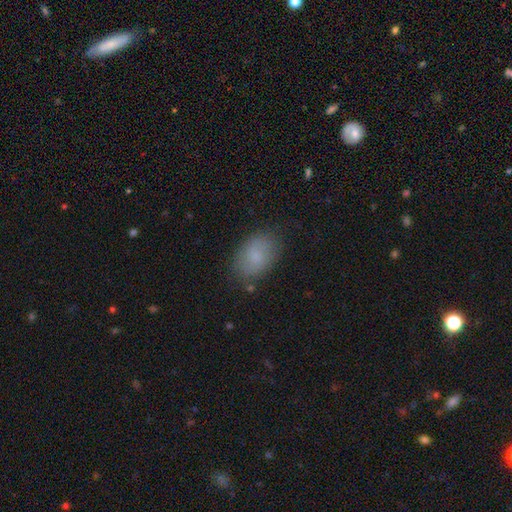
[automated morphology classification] Q: Smooth or featured?
A: smooth (79%); runner-up: featured or disk (13%)
Q: How rounded?
A: in between (88%); runner-up: round (11%)
Q: Merging?
A: none (80%); runner-up: minor disturbance (15%)